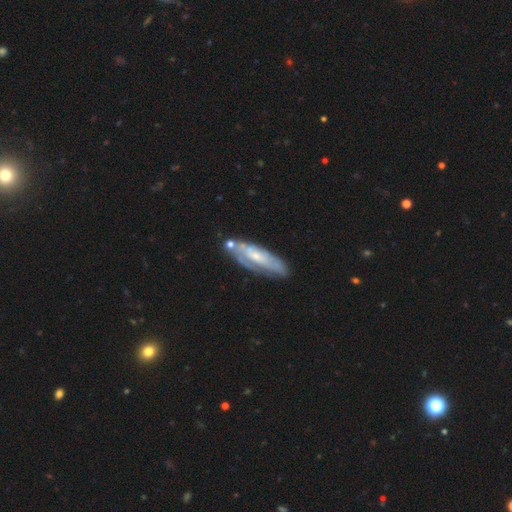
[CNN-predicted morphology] A featured or disk galaxy (67%) with no bar (63%), spiral arms (74%) and a small central bulge (61%).

Vote fractions:
- Smooth or featured? featured or disk: 67% / smooth: 27% / star or artifact: 6%
- Edge-on disk? no: 77% / yes: 23%
- Bar? no: 63% / weak: 29% / strong: 8%
- Spiral arms? yes: 74% / no: 26%
- Bulge size? small: 61% / moderate: 31% / none: 4% / large: 2% / dominant: 1%
- Merging? none: 61% / minor disturbance: 22% / merger: 9% / major disturbance: 8%